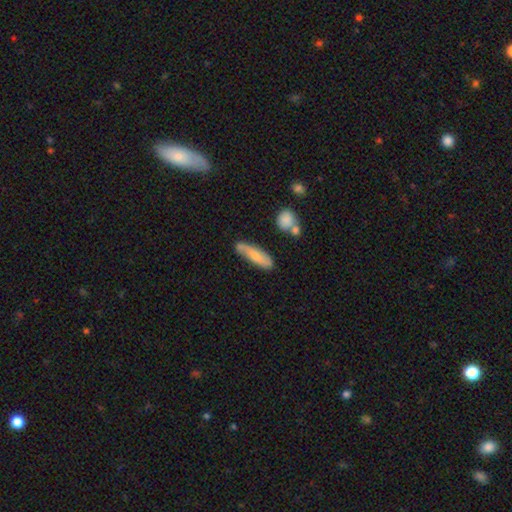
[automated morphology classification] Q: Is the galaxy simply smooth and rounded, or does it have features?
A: smooth — 67%.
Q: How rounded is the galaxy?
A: cigar-shaped — 60%.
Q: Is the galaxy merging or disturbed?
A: none — 63%.